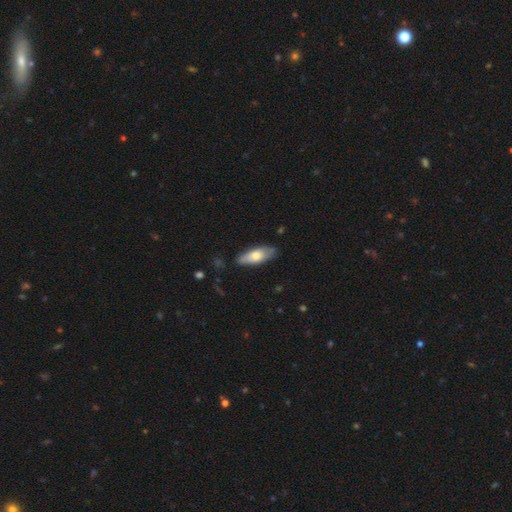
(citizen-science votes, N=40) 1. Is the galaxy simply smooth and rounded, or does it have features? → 72% smooth, 22% featured or disk, 5% star or artifact.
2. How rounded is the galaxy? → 66% in between, 31% cigar-shaped, 3% round.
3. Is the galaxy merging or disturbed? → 74% none, 24% minor disturbance, 3% merger, 0% major disturbance.